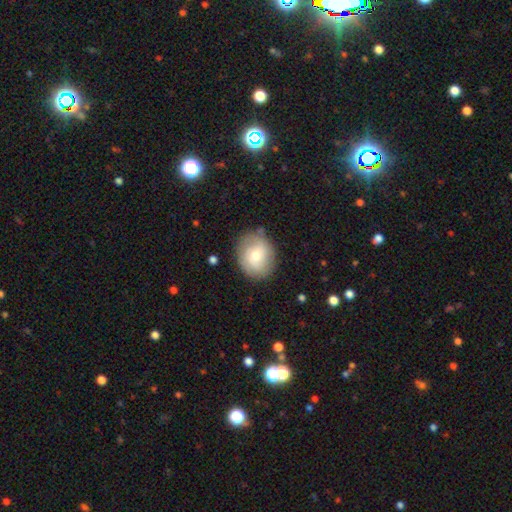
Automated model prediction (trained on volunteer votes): This appears to be a smooth galaxy with no disk features (64%) that is round (63%). Merging: none (78%).